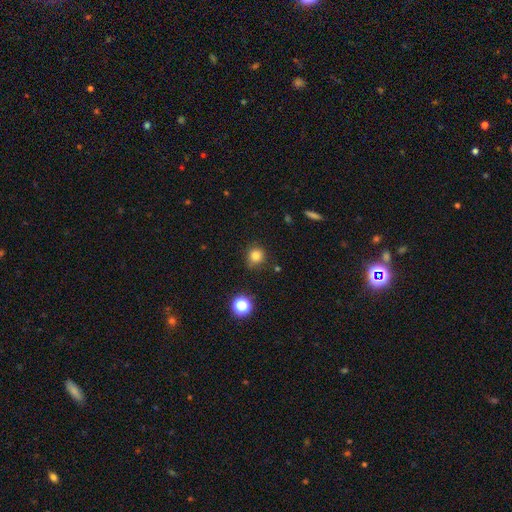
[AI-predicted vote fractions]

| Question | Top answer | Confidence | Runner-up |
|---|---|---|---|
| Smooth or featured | smooth | 80% | star or artifact (14%) |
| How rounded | round | 88% | in between (11%) |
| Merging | none | 79% | minor disturbance (15%) |